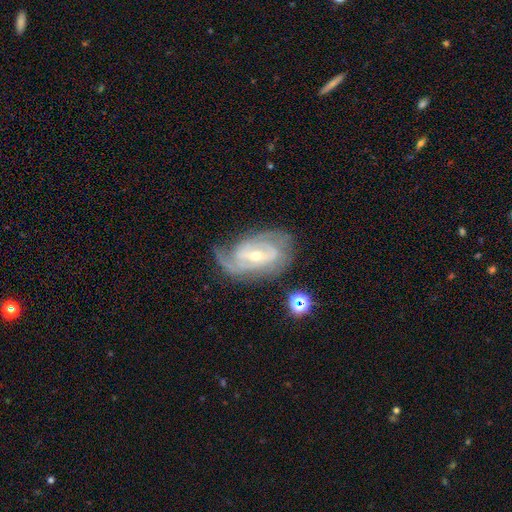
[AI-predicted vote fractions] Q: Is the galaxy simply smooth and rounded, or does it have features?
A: featured or disk — 87%.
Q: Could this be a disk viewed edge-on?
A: no — 96%.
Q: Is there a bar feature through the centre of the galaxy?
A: weak — 44%.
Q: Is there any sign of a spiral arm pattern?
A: yes — 95%.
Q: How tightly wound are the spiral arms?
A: tight — 50%.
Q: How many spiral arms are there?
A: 2 — 48%.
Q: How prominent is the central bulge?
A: small — 56%.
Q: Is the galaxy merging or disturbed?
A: none — 64%.